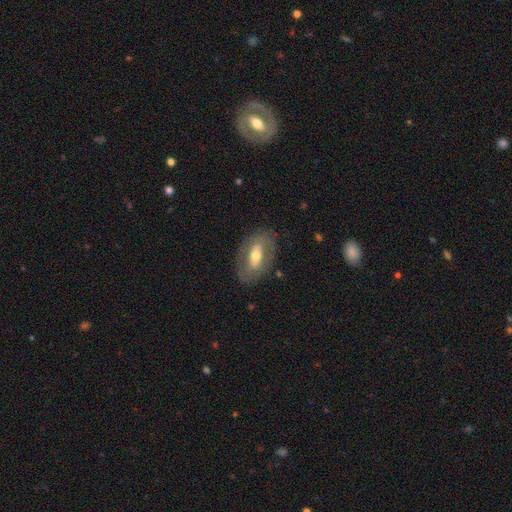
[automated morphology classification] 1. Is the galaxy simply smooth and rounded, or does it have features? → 54% featured or disk, 40% smooth, 6% star or artifact.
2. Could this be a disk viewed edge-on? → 87% no, 13% yes.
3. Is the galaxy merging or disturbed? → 77% none, 14% minor disturbance, 7% major disturbance, 1% merger.